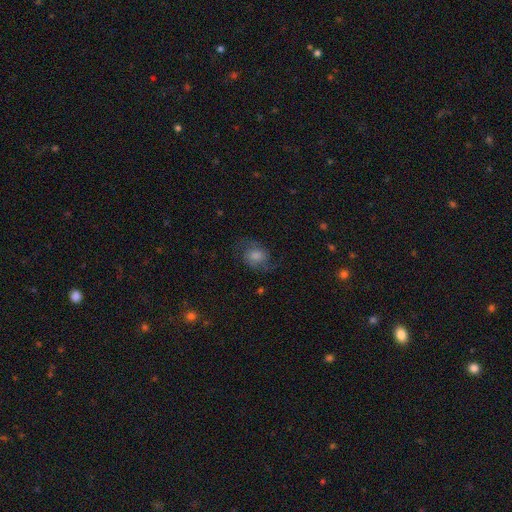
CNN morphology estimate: The model was most divided on "bulge size": moderate: 34%, large: 29%, small: 17%, none: 14%, dominant: 6%. More confident: edge-on disk — no (97%); spiral arms — yes (91%); bar — no (68%); merging — none (67%); smooth or featured — featured or disk (56%).